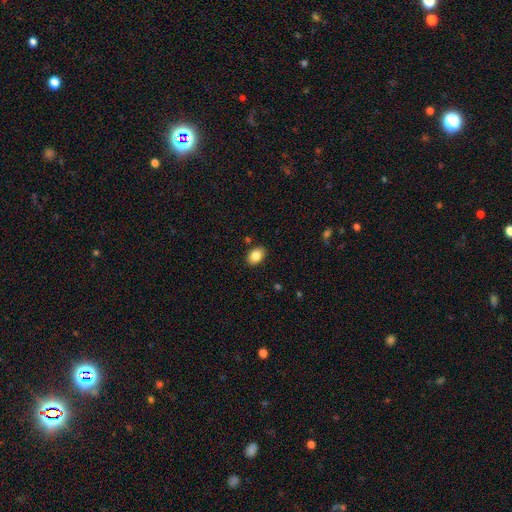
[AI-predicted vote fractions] This appears to be a smooth galaxy with no disk features (86%) that is in between round and cigar-shaped (82%). Merging: none (87%).